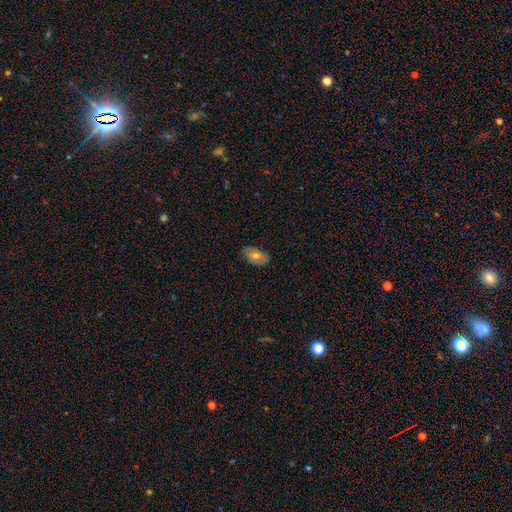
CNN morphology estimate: This is likely a smooth galaxy (63%). How rounded: clearly in between (92%). Merging: clearly none (81%).